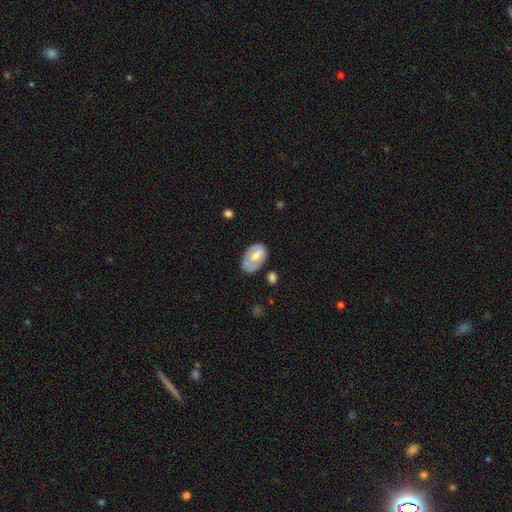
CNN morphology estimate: Q: Smooth or featured?
A: smooth (54%); runner-up: featured or disk (40%)
Q: How rounded?
A: in between (91%); runner-up: round (8%)
Q: Merging?
A: none (49%); runner-up: minor disturbance (31%)